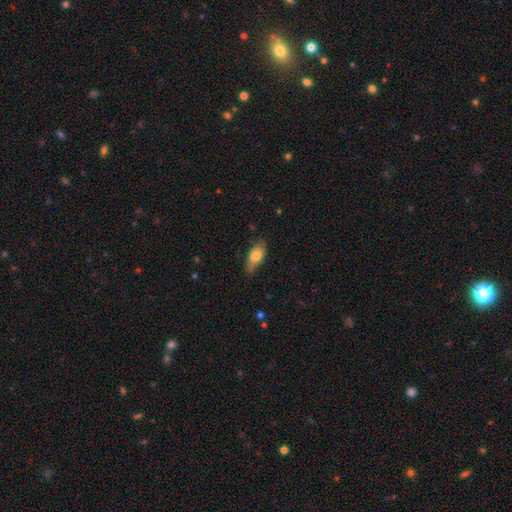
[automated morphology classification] Smooth or featured: smooth — 73% (featured or disk — 20%)
How rounded: in between — 80% (cigar-shaped — 17%)
Merging: none — 75% (minor disturbance — 20%)